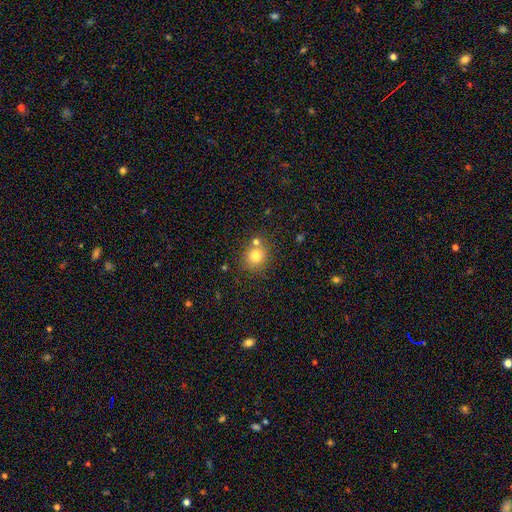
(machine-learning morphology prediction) A smooth galaxy with no disk features (78%) that is round (81%). Merging: none (69%).